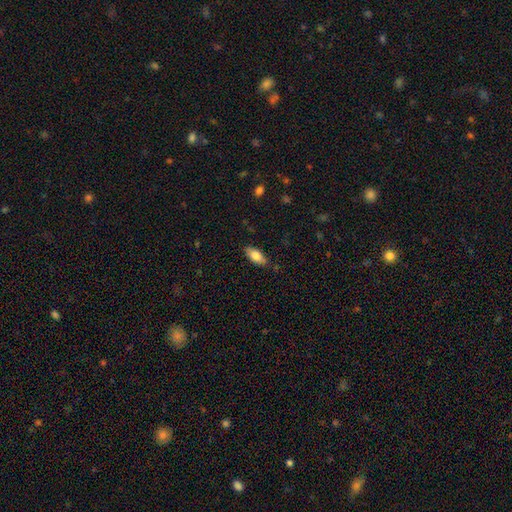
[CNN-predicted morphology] Smooth or featured?
  - smooth: 79% *
  - featured or disk: 14%
  - star or artifact: 7%
How rounded?
  - in between: 85% *
  - cigar-shaped: 13%
  - round: 2%
Merging?
  - none: 82% *
  - minor disturbance: 14%
  - major disturbance: 3%
  - merger: 1%